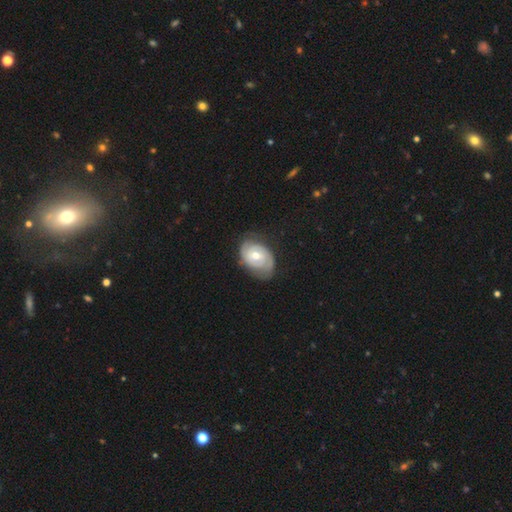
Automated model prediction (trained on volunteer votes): This appears to be a featured or disk galaxy (81%) with no bar (62%), 2 (66%) tight (69%) spiral arms (92%) and a moderate central bulge (73%). Merging: none (71%).